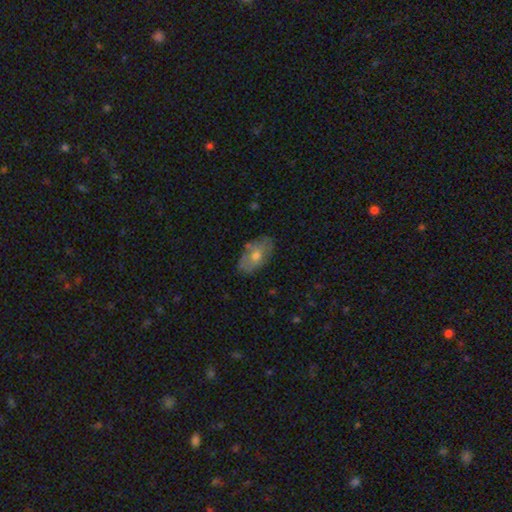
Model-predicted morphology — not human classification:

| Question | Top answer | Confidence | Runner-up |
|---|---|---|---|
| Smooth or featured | smooth | 61% | featured or disk (33%) |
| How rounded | in between | 92% | round (6%) |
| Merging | none | 71% | minor disturbance (21%) |